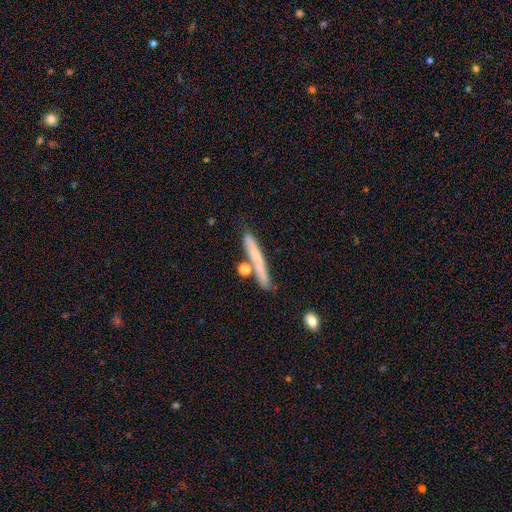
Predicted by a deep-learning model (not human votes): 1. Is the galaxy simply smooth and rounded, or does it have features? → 60% smooth, 32% featured or disk, 8% star or artifact.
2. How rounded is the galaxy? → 92% cigar-shaped, 5% in between, 3% round.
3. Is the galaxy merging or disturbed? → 70% none, 15% minor disturbance, 11% merger, 4% major disturbance.